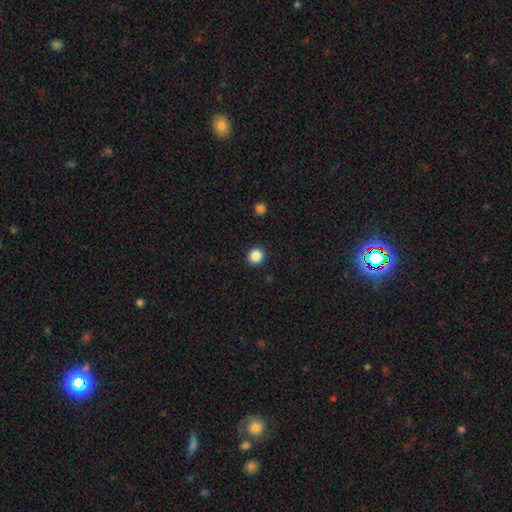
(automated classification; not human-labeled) Smooth or featured? smooth (86%)
How rounded? round (90%)
Merging? none (92%)